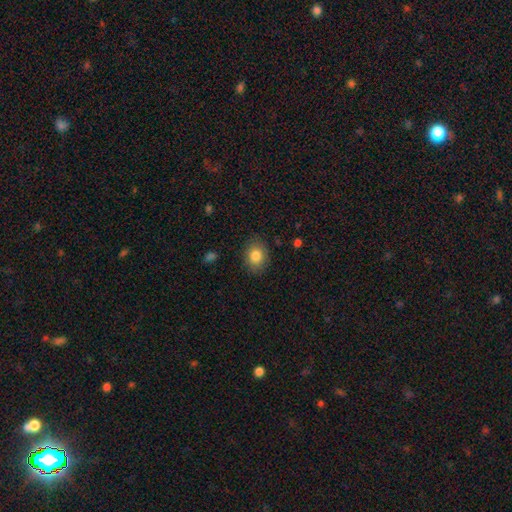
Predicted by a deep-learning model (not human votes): Smooth or featured? Predicted: smooth (p=0.83). How rounded? Predicted: in between (p=0.53). Merging? Predicted: none (p=0.86).